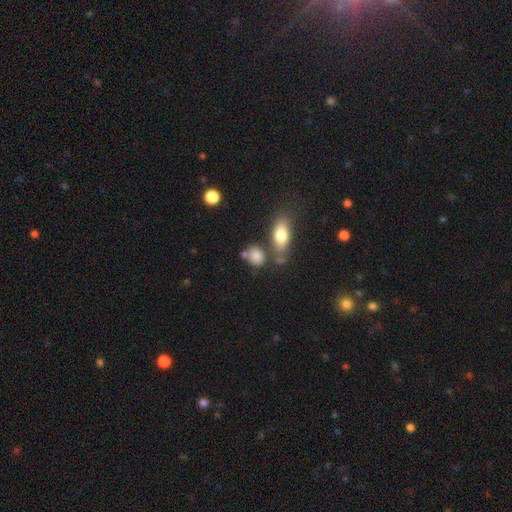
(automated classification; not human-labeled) Smooth or featured: smooth — 82% (star or artifact — 10%)
How rounded: in between — 51% (round — 45%)
Merging: none — 55% (merger — 23%)